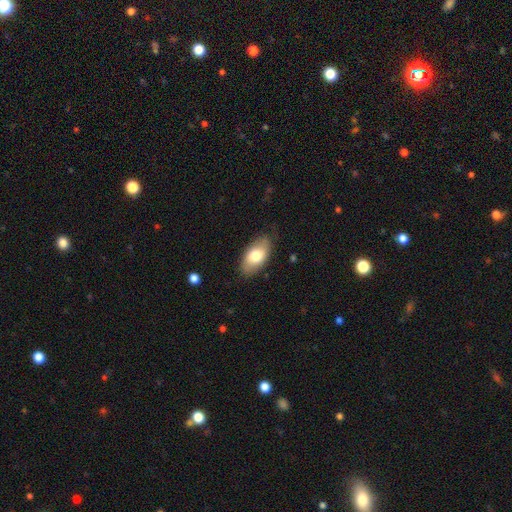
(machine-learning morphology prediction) Smooth or featured?
  - smooth: 75% *
  - featured or disk: 19%
  - star or artifact: 6%
How rounded?
  - in between: 93% *
  - round: 3%
  - cigar-shaped: 3%
Merging?
  - none: 81% *
  - minor disturbance: 15%
  - major disturbance: 3%
  - merger: 1%